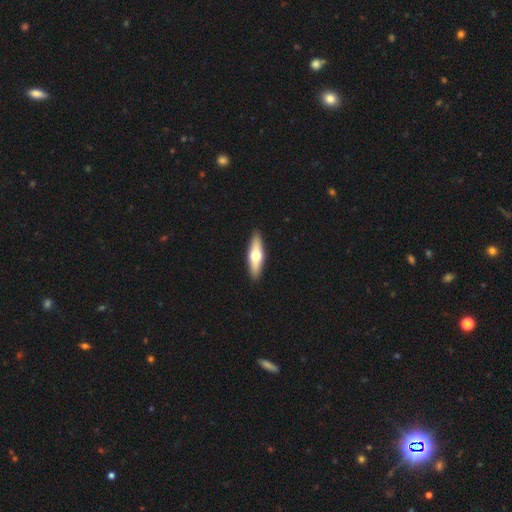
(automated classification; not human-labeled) smooth_or_featured: smooth (p=0.50) [alt: featured or disk p=0.45]
merging: none (p=0.91) [alt: minor disturbance p=0.06]